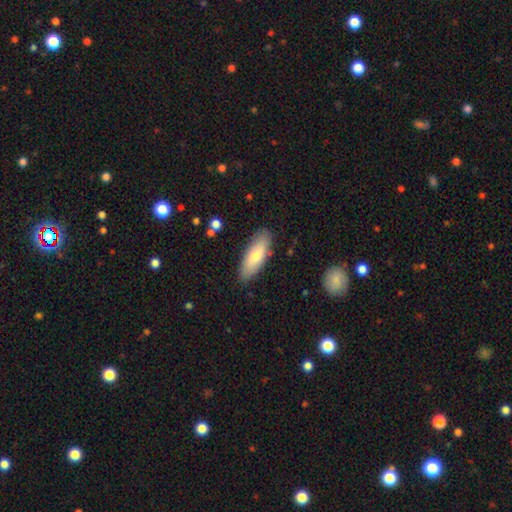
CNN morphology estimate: Overall: smooth (72%). How rounded: in between (68%; cigar-shaped 30%). Merging: none (85%).